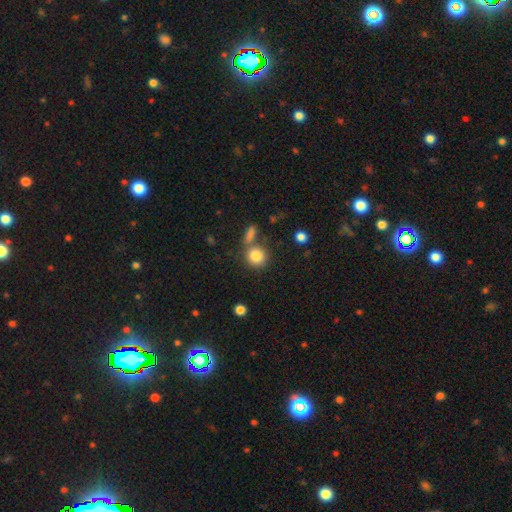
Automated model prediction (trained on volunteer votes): Overall: smooth (83%). How rounded: round (84%). Merging: none (65%).